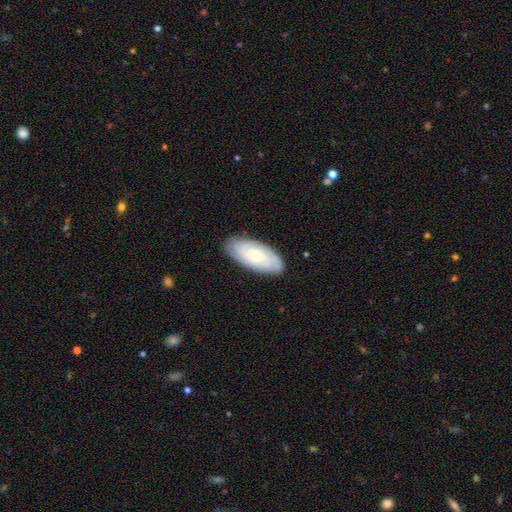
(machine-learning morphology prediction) A smooth galaxy with no disk features (48%). Merging: none (84%).